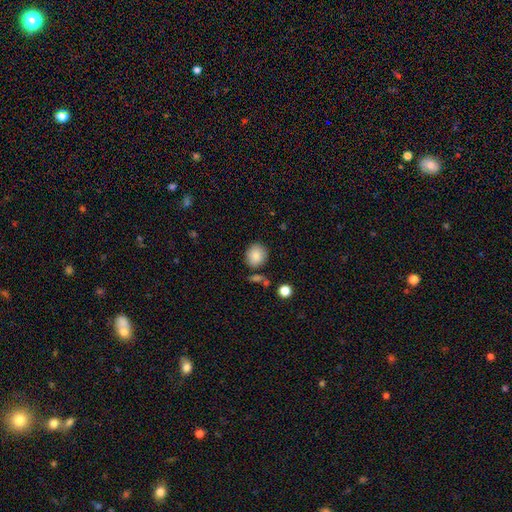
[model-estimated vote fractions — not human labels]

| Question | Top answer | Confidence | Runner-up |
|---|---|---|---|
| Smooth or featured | smooth | 86% | star or artifact (8%) |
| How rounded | round | 78% | in between (21%) |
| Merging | none | 77% | minor disturbance (13%) |